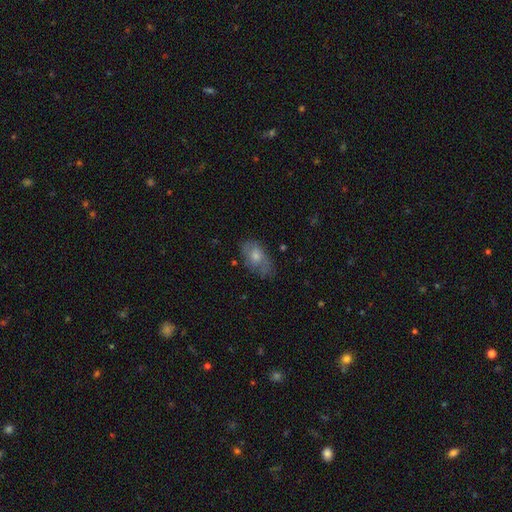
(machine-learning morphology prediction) A smooth galaxy with no disk features (49%).

Vote fractions:
- Smooth or featured? smooth: 49% / featured or disk: 39% / star or artifact: 12%
- Merging? none: 72% / minor disturbance: 20% / major disturbance: 6% / merger: 2%